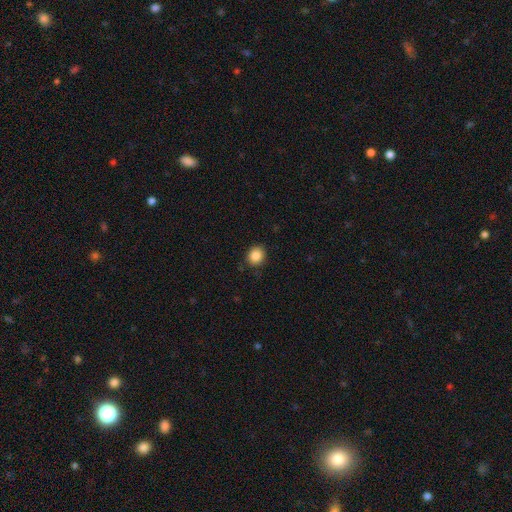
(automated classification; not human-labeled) Smooth or featured?
  - smooth: 86% *
  - star or artifact: 9%
  - featured or disk: 4%
How rounded?
  - round: 77% *
  - in between: 22%
  - cigar-shaped: 1%
Merging?
  - none: 88% *
  - minor disturbance: 9%
  - major disturbance: 2%
  - merger: 1%